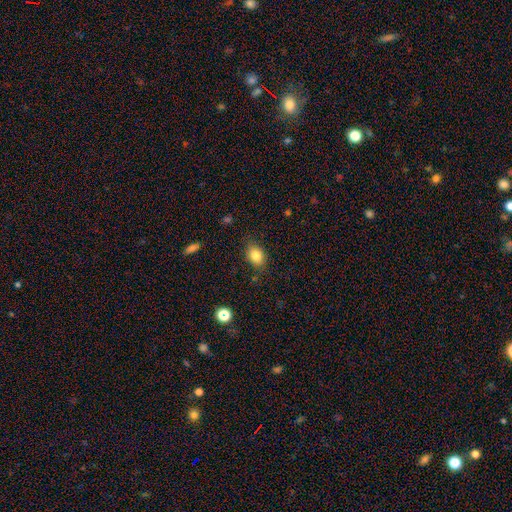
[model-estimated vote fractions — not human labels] Q: Smooth or featured?
A: smooth (83%); runner-up: star or artifact (10%)
Q: How rounded?
A: in between (69%); runner-up: round (30%)
Q: Merging?
A: none (80%); runner-up: minor disturbance (15%)